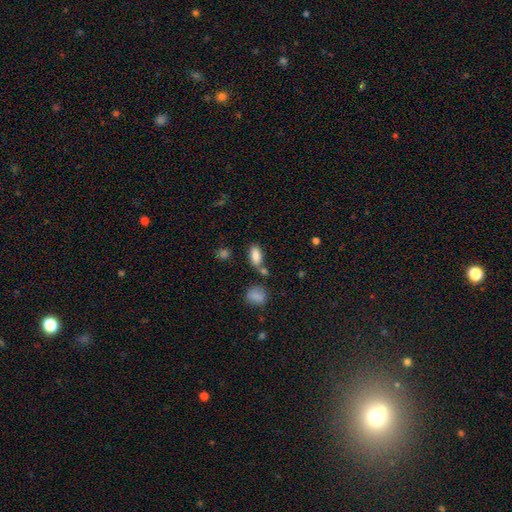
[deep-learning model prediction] Smooth or featured? smooth (84%)
How rounded? in between (89%)
Merging? none (54%)